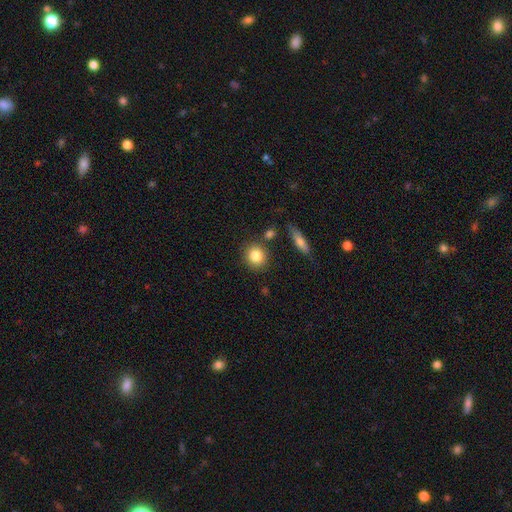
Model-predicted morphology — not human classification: Smooth or featured? smooth (83%)
How rounded? round (82%)
Merging? none (81%)